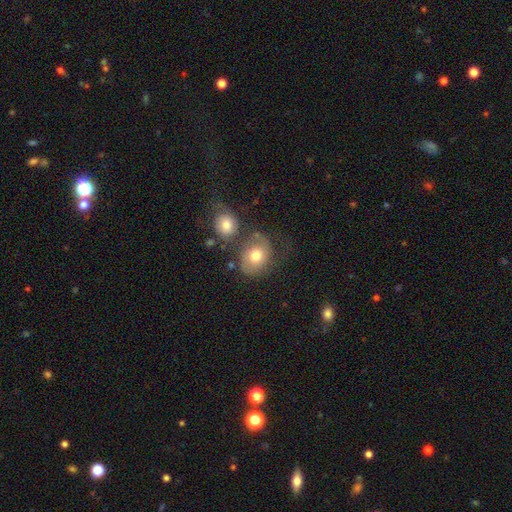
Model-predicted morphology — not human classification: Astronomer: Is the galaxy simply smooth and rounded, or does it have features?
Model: smooth — 57% (runner-up: featured or disk, 33%).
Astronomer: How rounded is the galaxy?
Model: round — 56% (runner-up: in between, 43%).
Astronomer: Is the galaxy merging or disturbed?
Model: none — 49%.